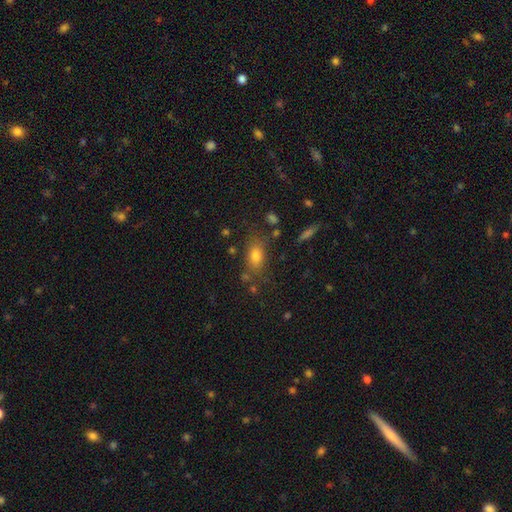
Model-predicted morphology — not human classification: This is likely a smooth galaxy (74%). How rounded: likely in between (78%). Merging: likely none (73%).